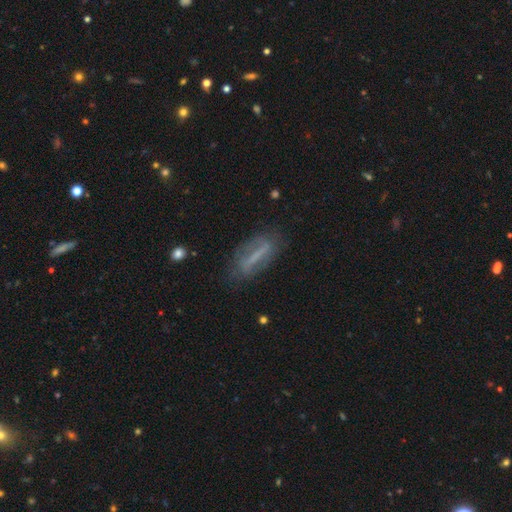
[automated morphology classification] Smooth or featured?
  - featured or disk: 53% *
  - smooth: 37%
  - star or artifact: 10%
Edge-on disk?
  - no: 71% *
  - yes: 29%
Merging?
  - none: 73% *
  - minor disturbance: 17%
  - major disturbance: 7%
  - merger: 2%